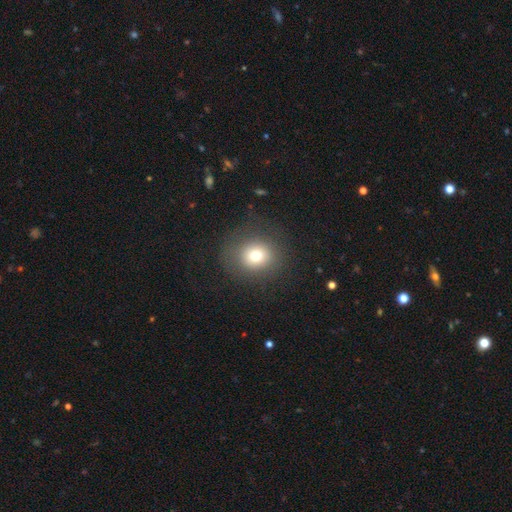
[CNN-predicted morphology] The model was most divided on "smooth or featured": smooth: 73%, star or artifact: 15%, featured or disk: 13%. More confident: how rounded — round (85%); merging — none (82%).